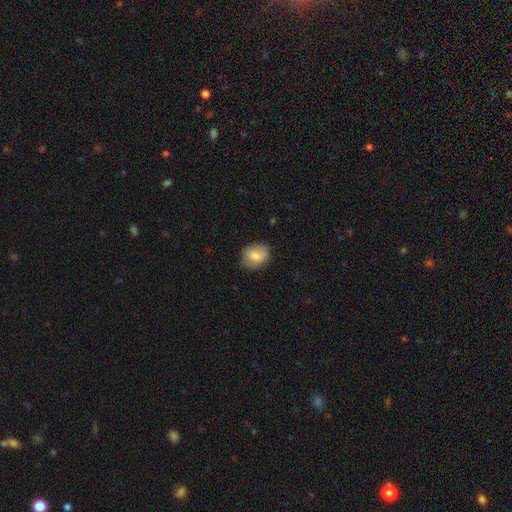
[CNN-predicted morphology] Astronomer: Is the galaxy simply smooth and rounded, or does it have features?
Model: smooth — 82%.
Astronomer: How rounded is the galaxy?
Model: in between — 58% (runner-up: round, 41%).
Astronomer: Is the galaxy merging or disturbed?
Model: none — 76%.